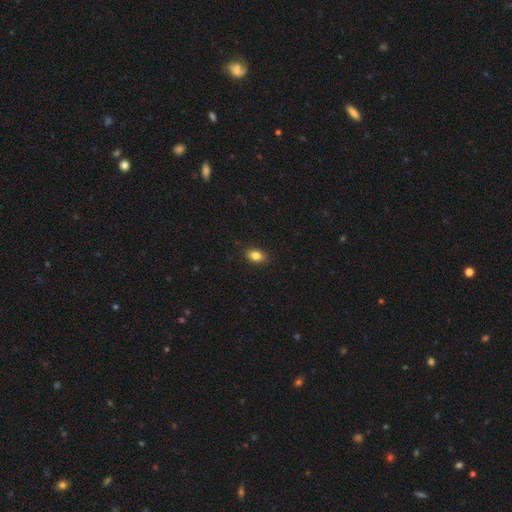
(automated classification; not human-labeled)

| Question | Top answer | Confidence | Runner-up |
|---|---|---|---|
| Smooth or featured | smooth | 84% | star or artifact (9%) |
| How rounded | in between | 84% | round (14%) |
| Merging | none | 89% | minor disturbance (8%) |